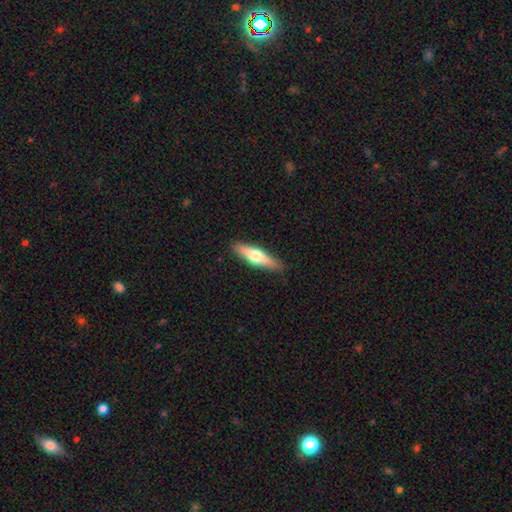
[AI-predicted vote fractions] smooth-or-featured: smooth: 48% | featured or disk: 46% | star or artifact: 6%
  merging: none: 89% | minor disturbance: 8% | major disturbance: 2% | merger: 1%